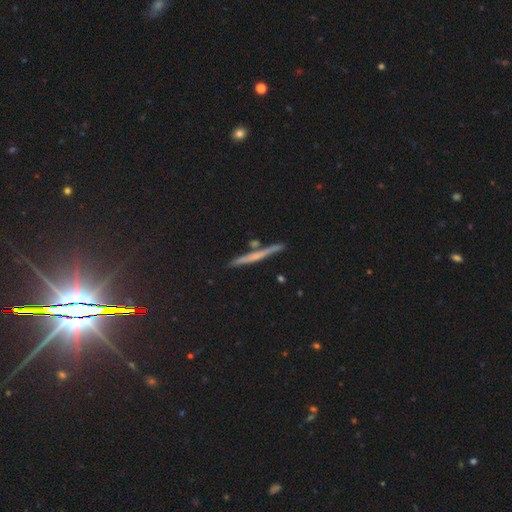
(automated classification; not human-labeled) smooth-or-featured: featured or disk: 47% | smooth: 41% | star or artifact: 12%
  merging: none: 84% | minor disturbance: 9% | merger: 5% | major disturbance: 2%